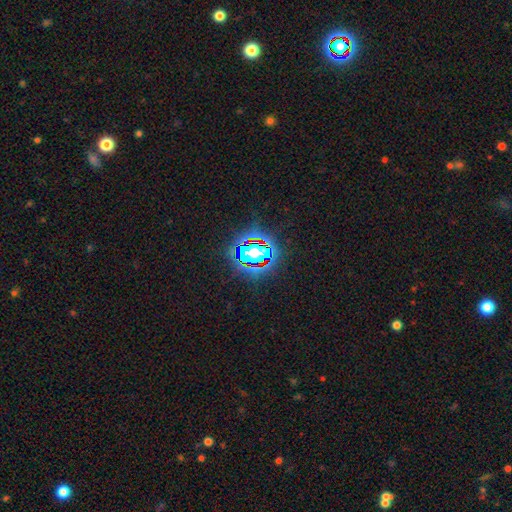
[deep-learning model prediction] Overall: star or artifact (80%).